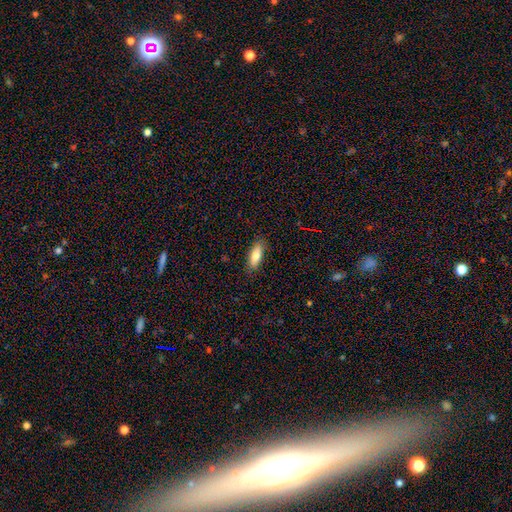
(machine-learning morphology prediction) smooth 78%, featured or disk 15%, star or artifact 7%. Down the decision tree: how rounded — in between (69%); merging — none (86%).